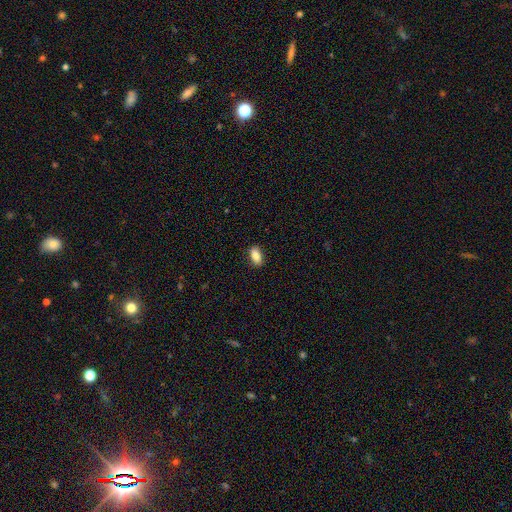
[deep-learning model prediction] This appears to be a smooth galaxy with no disk features (87%) that is in between round and cigar-shaped (90%). Merging: none (87%).